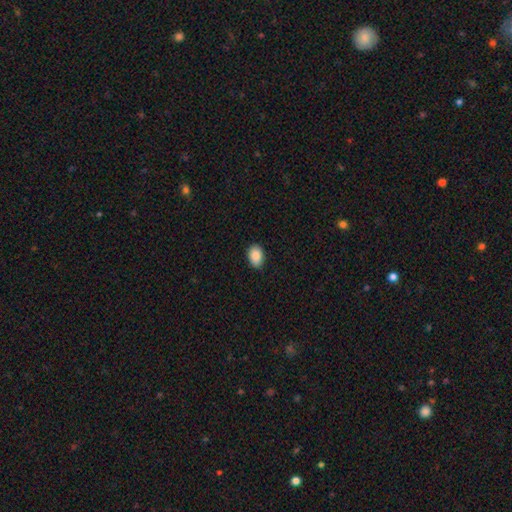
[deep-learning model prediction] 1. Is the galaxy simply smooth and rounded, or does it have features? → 90% smooth, 7% star or artifact, 3% featured or disk.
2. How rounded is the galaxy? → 87% in between, 11% round, 1% cigar-shaped.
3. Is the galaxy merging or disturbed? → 87% none, 11% minor disturbance, 2% major disturbance, 1% merger.